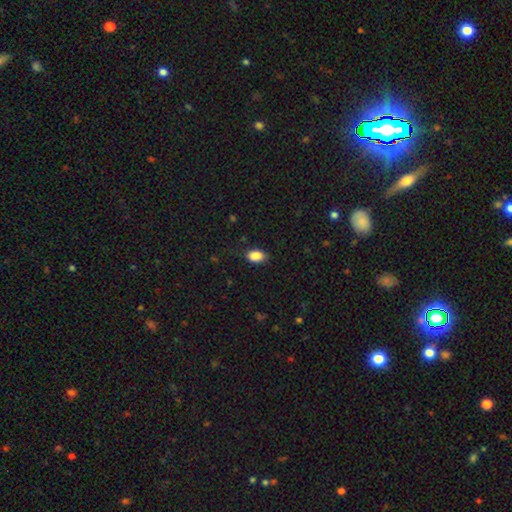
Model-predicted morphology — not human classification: Q: Smooth or featured?
A: smooth (88%); runner-up: star or artifact (8%)
Q: How rounded?
A: in between (89%); runner-up: round (10%)
Q: Merging?
A: none (82%); runner-up: minor disturbance (14%)